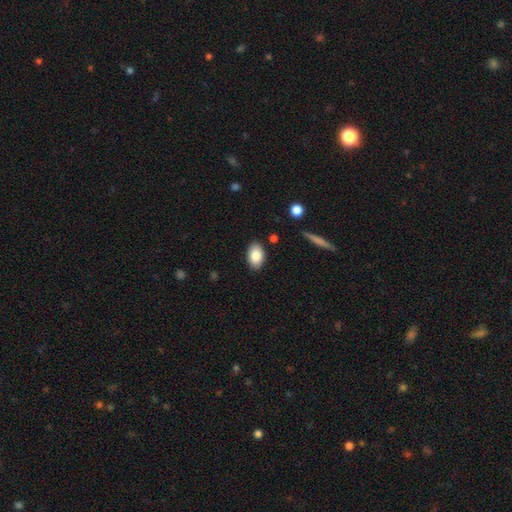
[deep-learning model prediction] This is clearly a smooth galaxy (83%). How rounded: clearly in between (91%). Merging: clearly none (87%).